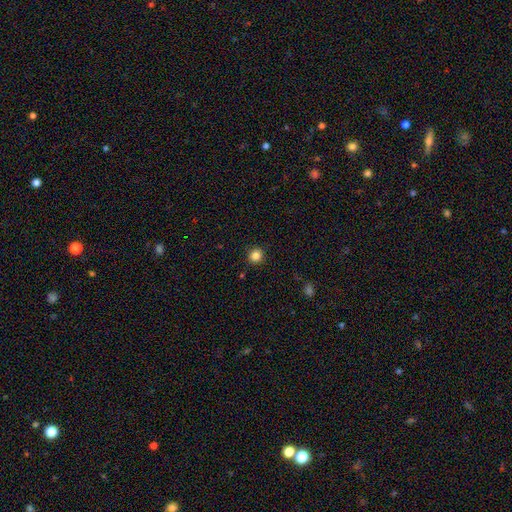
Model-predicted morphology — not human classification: This appears to be a smooth galaxy with no disk features (85%) that is round (92%). Merging: none (92%).